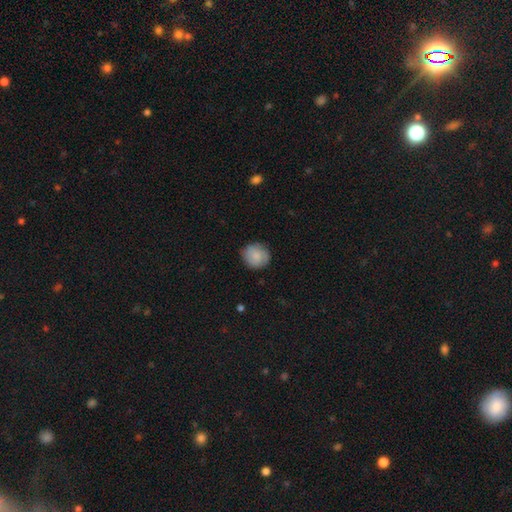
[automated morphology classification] A smooth galaxy with no disk features (78%) that is round (86%). Merging: none (82%).